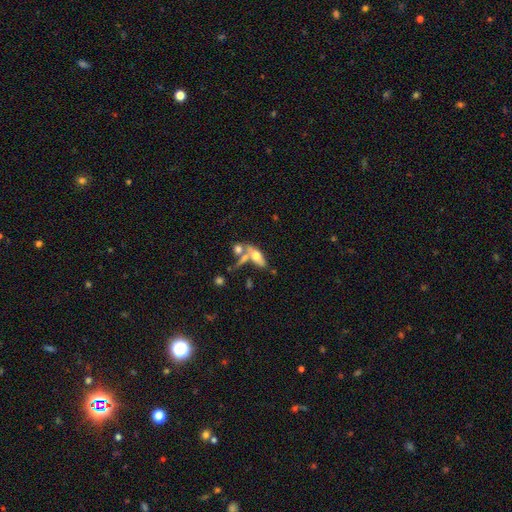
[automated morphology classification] smooth-or-featured: smooth: 50% | featured or disk: 42% | star or artifact: 8%
  how-rounded: in between: 62% | cigar-shaped: 34% | round: 5%
  merging: merger: 42% | none: 36% | minor disturbance: 12% | major disturbance: 9%